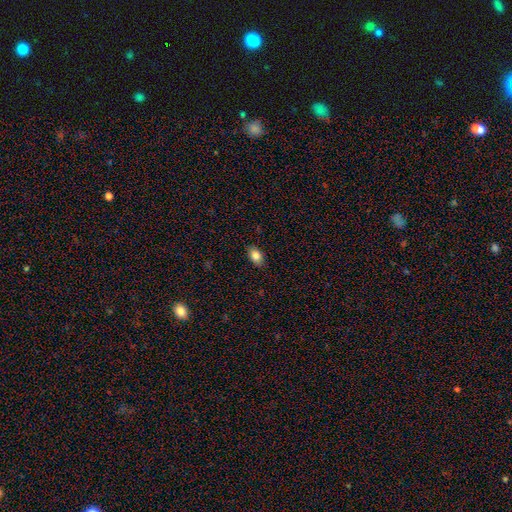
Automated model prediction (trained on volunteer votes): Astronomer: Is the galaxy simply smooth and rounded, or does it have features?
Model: smooth — 83%.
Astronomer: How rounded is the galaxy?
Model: in between — 87%.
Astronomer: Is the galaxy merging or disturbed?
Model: none — 87%.